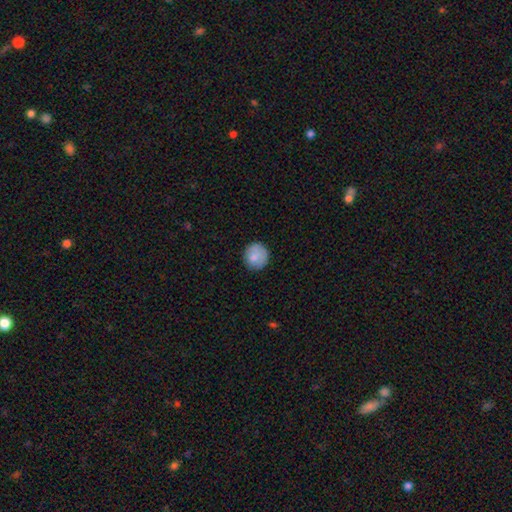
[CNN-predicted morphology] Overall: smooth (83%). How rounded: round (88%). Merging: none (82%).